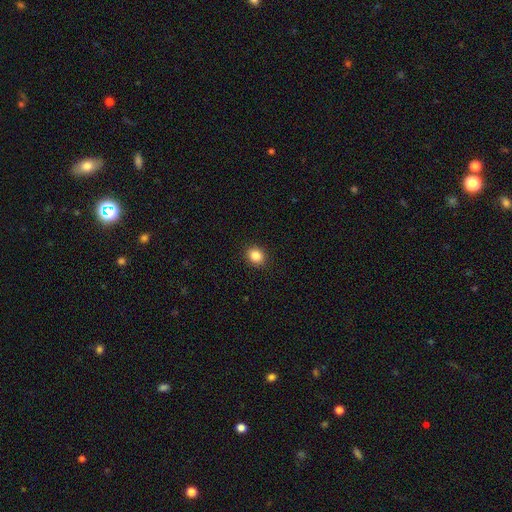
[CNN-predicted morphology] Smooth or featured? Predicted: smooth (p=0.86). How rounded? Predicted: round (p=0.59). Merging? Predicted: none (p=0.91).